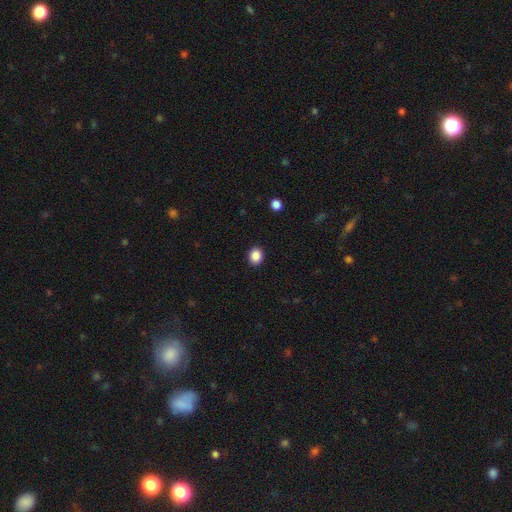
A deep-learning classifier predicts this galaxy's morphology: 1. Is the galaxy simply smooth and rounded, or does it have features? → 88% smooth, 10% star or artifact, 3% featured or disk.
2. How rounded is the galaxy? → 68% round, 31% in between, 1% cigar-shaped.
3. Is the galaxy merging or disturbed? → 91% none, 6% minor disturbance, 2% major disturbance, 1% merger.